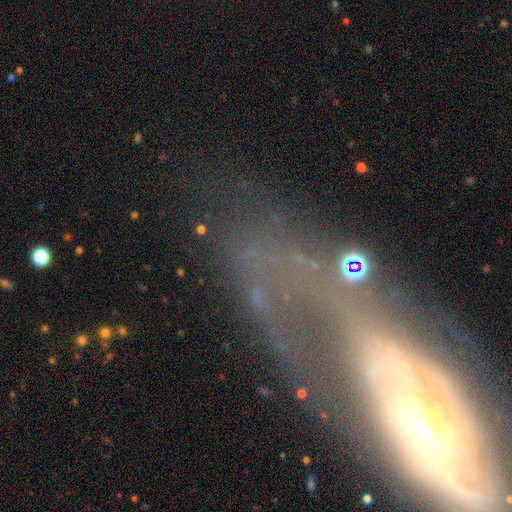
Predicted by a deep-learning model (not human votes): Morphology: type=featured or disk (61%); edge-on=no (80%); merging=none (38%).